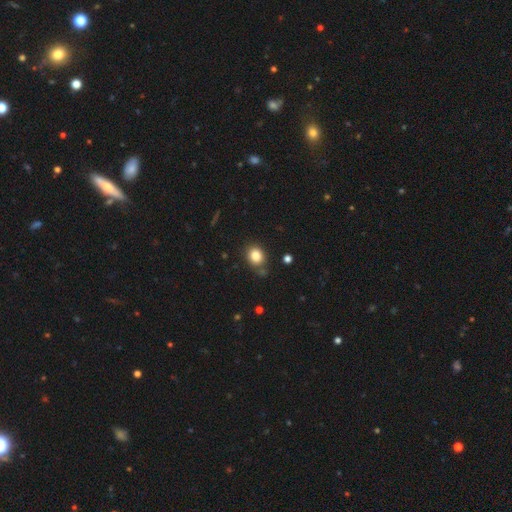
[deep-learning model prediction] The model was most divided on "how rounded": round: 63%, in between: 36%, cigar-shaped: 1%. More confident: smooth or featured — smooth (84%); merging — none (79%).